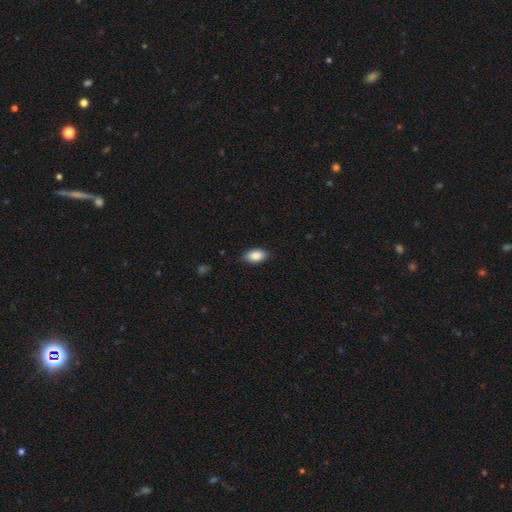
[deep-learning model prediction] This appears to be a smooth galaxy with no disk features (88%) that is in between round and cigar-shaped (93%). Merging: none (87%).